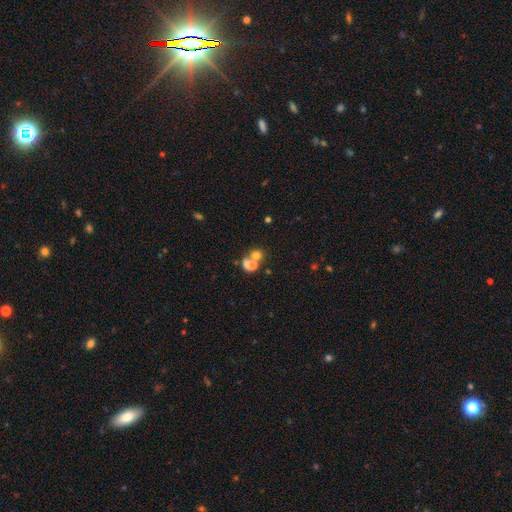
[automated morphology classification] smooth-or-featured: smooth: 52% | star or artifact: 32% | featured or disk: 16%
  how-rounded: round: 65% | in between: 31% | cigar-shaped: 3%
  merging: none: 48% | merger: 39% | minor disturbance: 8% | major disturbance: 5%